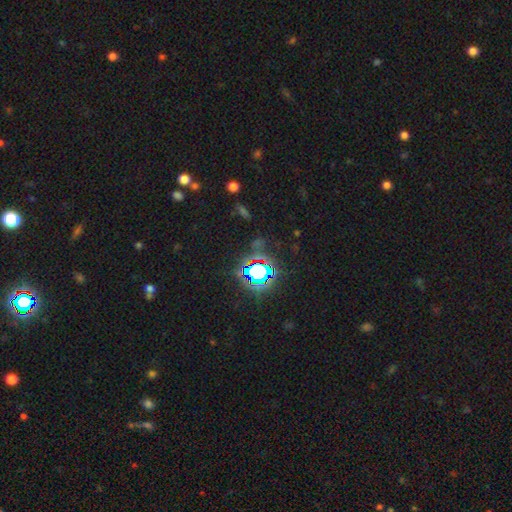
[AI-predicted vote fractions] A star or artifact, not a galaxy (82%).

Vote fractions:
- Smooth or featured? star or artifact: 82% / smooth: 11% / featured or disk: 7%